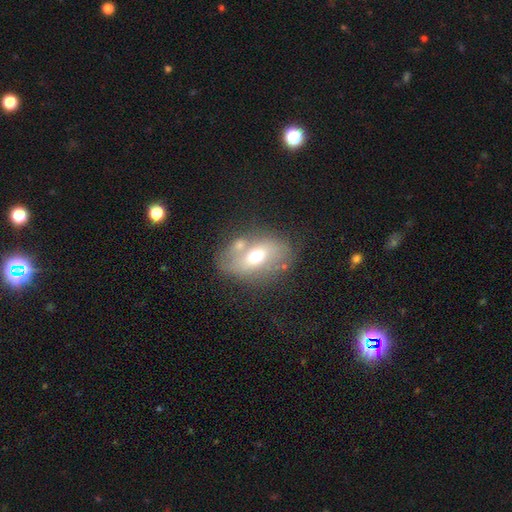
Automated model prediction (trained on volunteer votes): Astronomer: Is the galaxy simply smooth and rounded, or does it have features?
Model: smooth — 47% (runner-up: featured or disk, 42%).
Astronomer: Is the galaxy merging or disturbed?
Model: none — 58%.